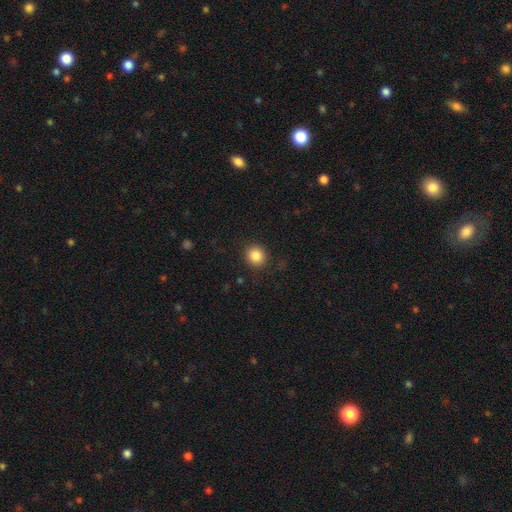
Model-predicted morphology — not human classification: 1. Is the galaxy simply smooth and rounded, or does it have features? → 85% smooth, 10% star or artifact, 4% featured or disk.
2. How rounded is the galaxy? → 91% round, 9% in between, 1% cigar-shaped.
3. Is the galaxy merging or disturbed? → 89% none, 7% minor disturbance, 3% major disturbance, 1% merger.